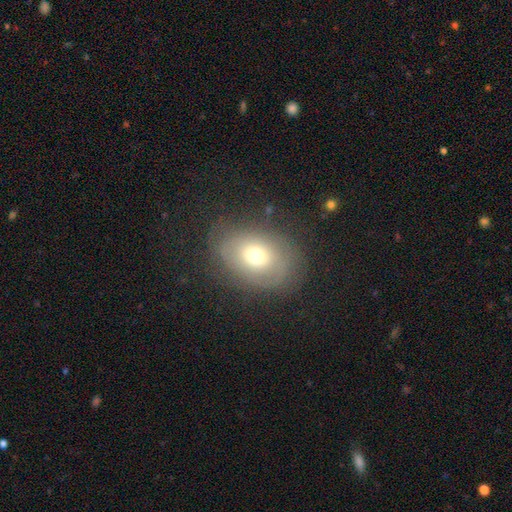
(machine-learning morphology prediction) This appears to be a smooth galaxy with no disk features (55%) that is in between round and cigar-shaped (71%). Merging: none (72%).